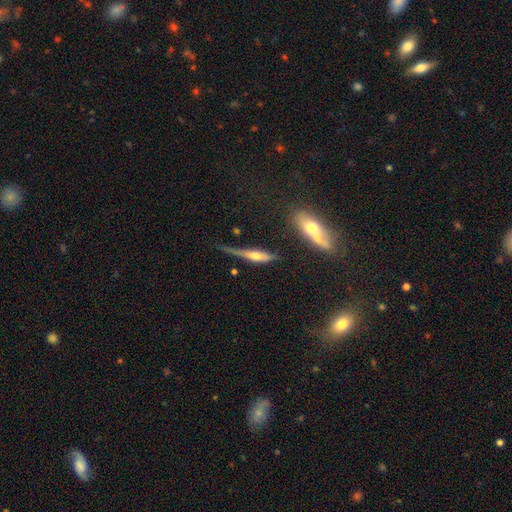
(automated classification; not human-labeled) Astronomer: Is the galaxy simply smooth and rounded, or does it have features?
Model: featured or disk — 53% (runner-up: smooth, 38%).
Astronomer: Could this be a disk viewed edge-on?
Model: yes — 88%.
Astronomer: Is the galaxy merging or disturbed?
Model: none — 46% (runner-up: minor disturbance, 28%).